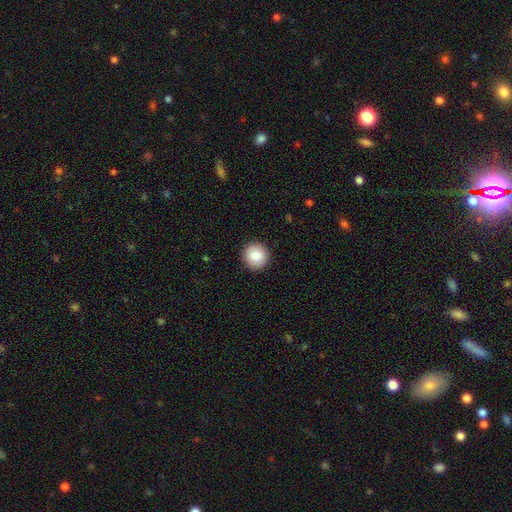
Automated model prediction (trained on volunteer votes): Morphology: type=smooth (84%); roundness=round (94%); merging=none (92%).